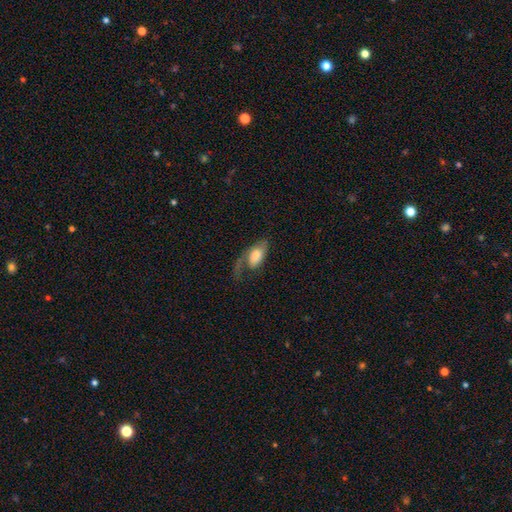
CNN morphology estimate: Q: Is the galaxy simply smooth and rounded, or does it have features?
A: smooth — 51%.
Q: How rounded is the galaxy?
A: in between — 89%.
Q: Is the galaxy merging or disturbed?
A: major disturbance — 42%.